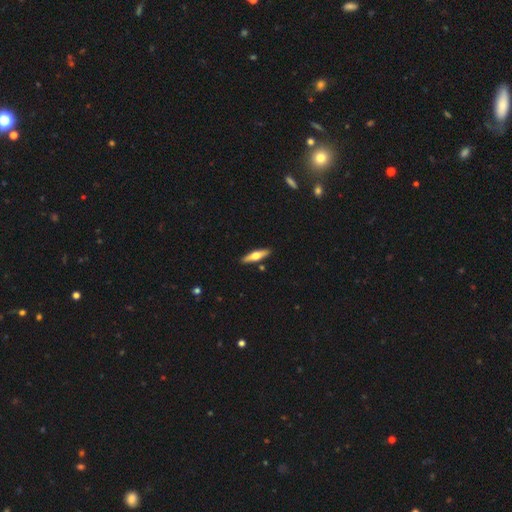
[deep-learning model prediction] Overall: smooth (48%; featured or disk 47%). Merging: none (89%).